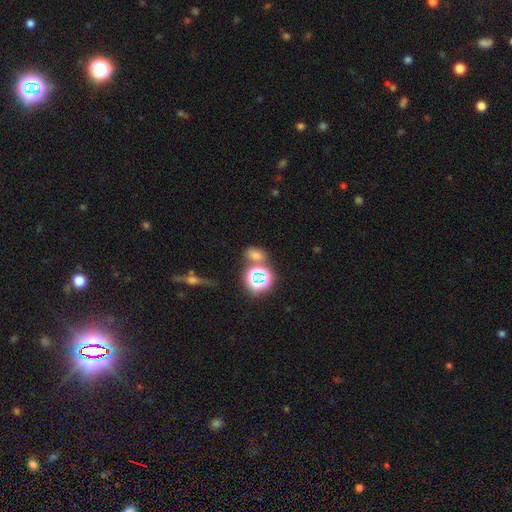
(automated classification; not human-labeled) Smooth or featured? smooth (55%)
How rounded? in between (64%)
Merging? none (64%)